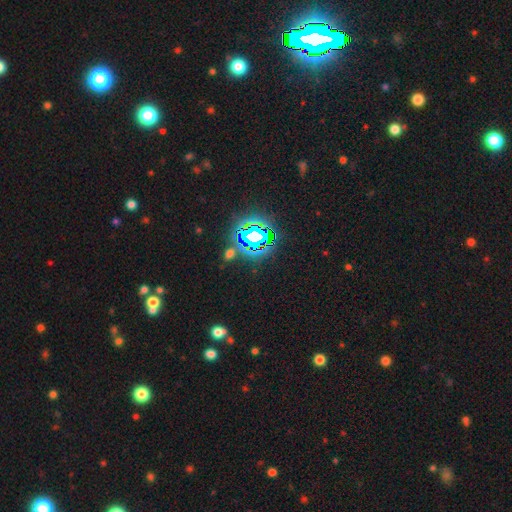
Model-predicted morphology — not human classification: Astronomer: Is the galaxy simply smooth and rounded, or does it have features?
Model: star or artifact — 82%.